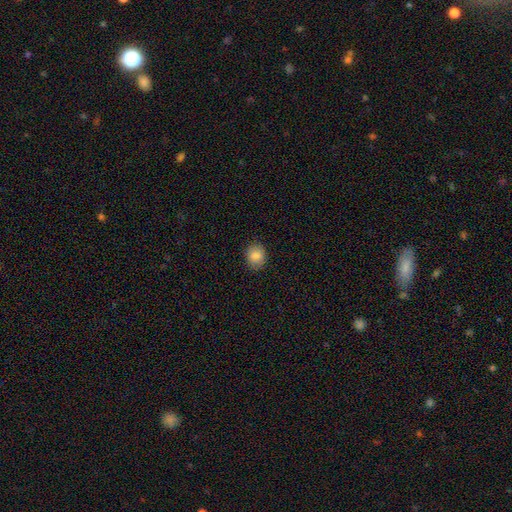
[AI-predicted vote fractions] Smooth or featured? smooth (86%)
How rounded? round (59%)
Merging? none (87%)